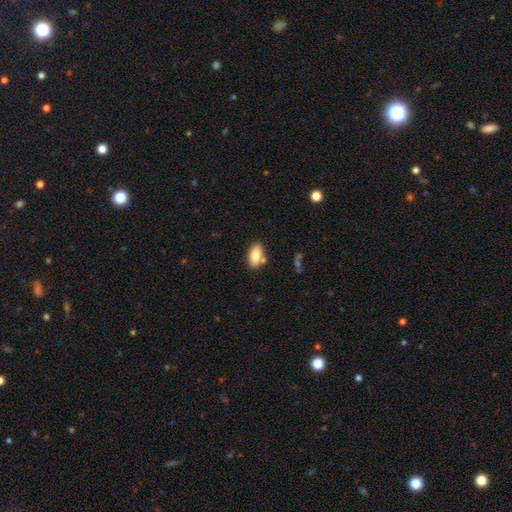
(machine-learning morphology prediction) smooth_or_featured: smooth (p=0.83) [alt: featured or disk p=0.10]
how_rounded: in between (p=0.91) [alt: cigar-shaped p=0.05]
merging: none (p=0.76) [alt: minor disturbance p=0.12]